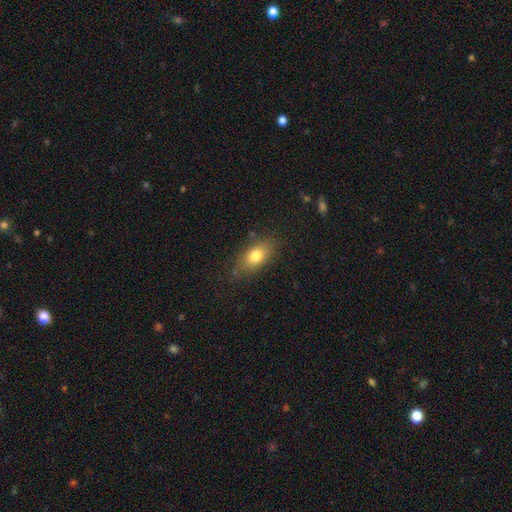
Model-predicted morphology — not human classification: This appears to be a smooth galaxy with no disk features (78%) that is in between round and cigar-shaped (85%). Merging: none (79%).